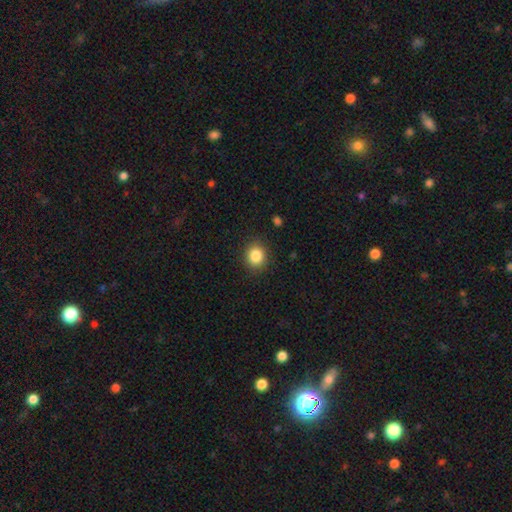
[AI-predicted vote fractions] A smooth galaxy with no disk features (85%) that is round (80%).

Vote fractions:
- Smooth or featured? smooth: 85% / star or artifact: 10% / featured or disk: 5%
- How rounded? round: 80% / in between: 19% / cigar-shaped: 1%
- Merging? none: 89% / minor disturbance: 8% / major disturbance: 2% / merger: 1%